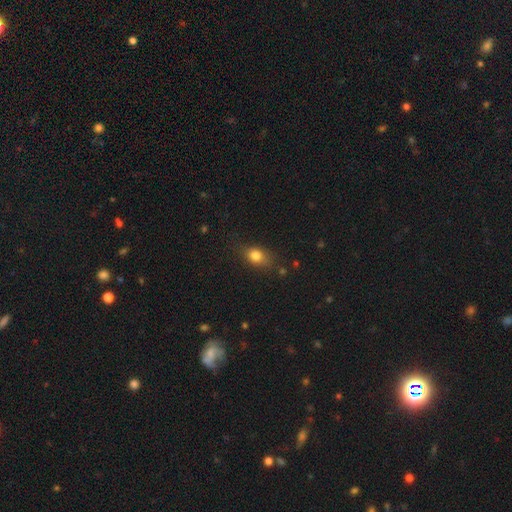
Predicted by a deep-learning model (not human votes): A smooth galaxy with no disk features (79%) that is in between round and cigar-shaped (64%). Merging: none (72%).